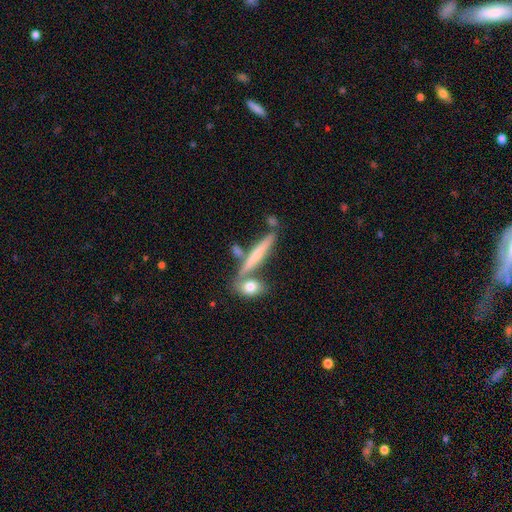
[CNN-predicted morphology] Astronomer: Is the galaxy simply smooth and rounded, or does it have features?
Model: smooth — 50% (runner-up: featured or disk, 42%).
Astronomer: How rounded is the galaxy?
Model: cigar-shaped — 88%.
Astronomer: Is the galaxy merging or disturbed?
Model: none — 66%.